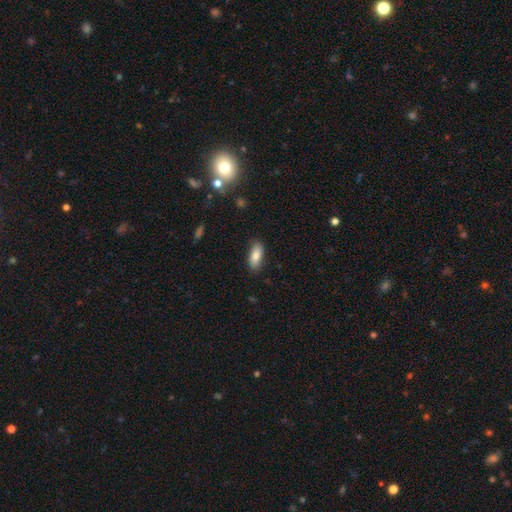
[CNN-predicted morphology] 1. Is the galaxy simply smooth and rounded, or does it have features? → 81% smooth, 12% featured or disk, 7% star or artifact.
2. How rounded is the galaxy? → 83% in between, 15% cigar-shaped, 3% round.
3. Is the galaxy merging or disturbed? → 85% none, 12% minor disturbance, 2% major disturbance, 1% merger.